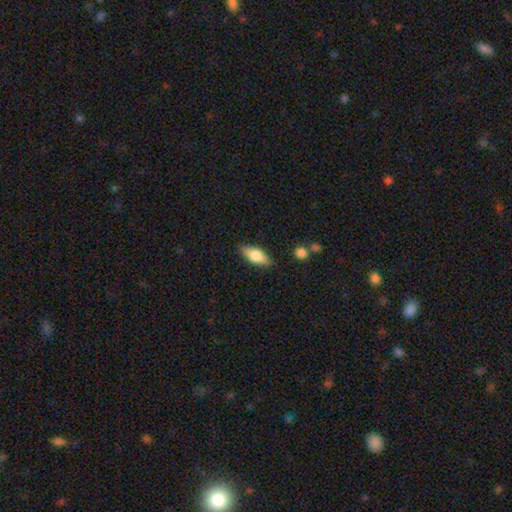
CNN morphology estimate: Q: Smooth or featured?
A: smooth (62%); runner-up: featured or disk (31%)
Q: How rounded?
A: in between (74%); runner-up: cigar-shaped (22%)
Q: Merging?
A: none (84%); runner-up: minor disturbance (12%)